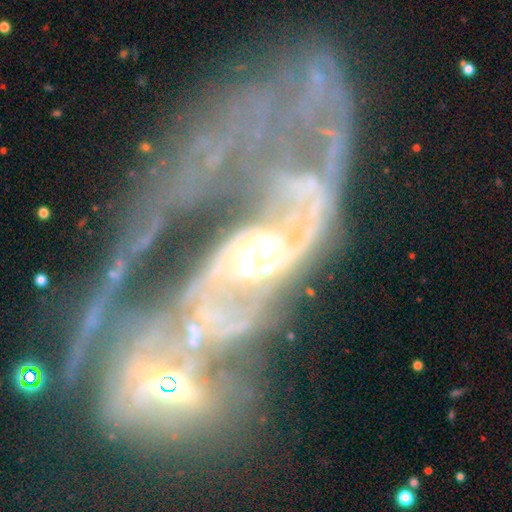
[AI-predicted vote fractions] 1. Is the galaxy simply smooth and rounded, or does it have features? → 83% featured or disk, 9% star or artifact, 9% smooth.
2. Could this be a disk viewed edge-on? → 93% no, 7% yes.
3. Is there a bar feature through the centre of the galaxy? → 46% no, 32% weak, 22% strong.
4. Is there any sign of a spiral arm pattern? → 80% yes, 20% no.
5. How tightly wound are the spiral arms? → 43% loose, 33% medium, 24% tight.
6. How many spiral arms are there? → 37% 2, 33% can't tell, 12% 1, 8% 3, 5% 4, 5% more than 4.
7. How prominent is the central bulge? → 57% moderate, 24% small, 12% large, 6% none, 2% dominant.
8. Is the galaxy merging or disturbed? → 62% merger, 26% major disturbance, 7% none, 5% minor disturbance.